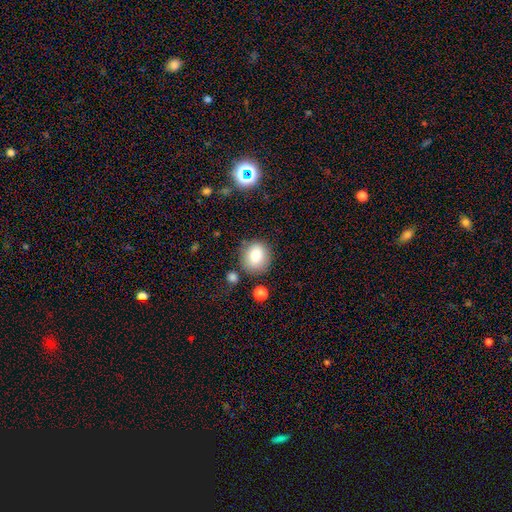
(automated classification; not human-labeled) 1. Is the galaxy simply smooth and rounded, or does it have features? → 79% smooth, 11% featured or disk, 10% star or artifact.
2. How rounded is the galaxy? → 82% round, 17% in between, 1% cigar-shaped.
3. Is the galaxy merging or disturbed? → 80% none, 12% minor disturbance, 5% merger, 4% major disturbance.